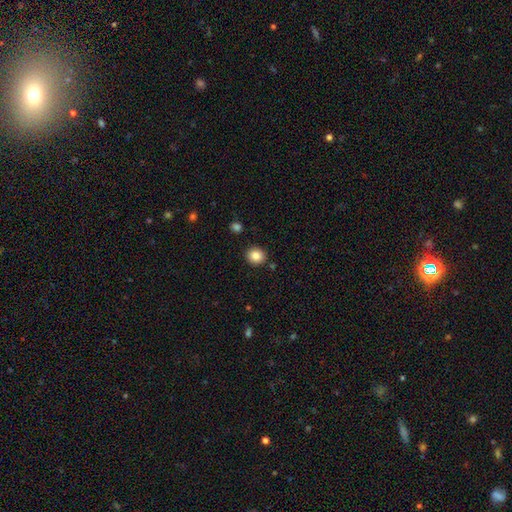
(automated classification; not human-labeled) smooth 86%, star or artifact 10%, featured or disk 5%. Down the decision tree: how rounded — round (85%); merging — none (89%).